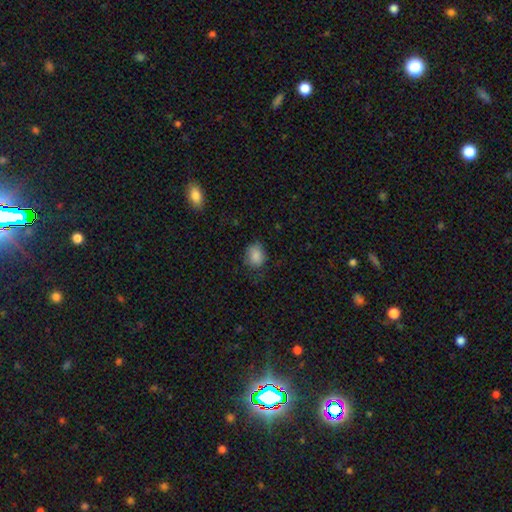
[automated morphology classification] Smooth or featured: smooth — 86% (star or artifact — 8%)
How rounded: round — 54% (in between — 45%)
Merging: none — 70% (minor disturbance — 22%)